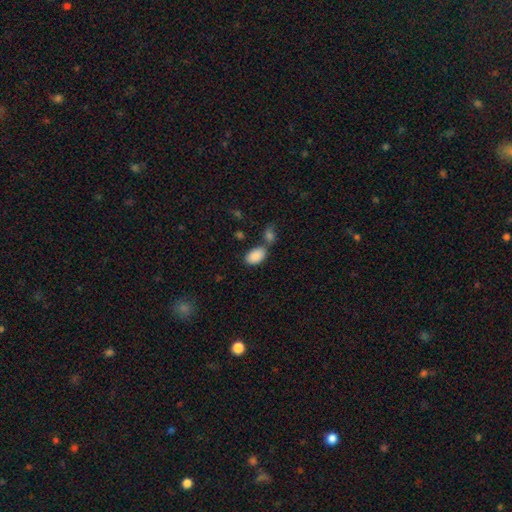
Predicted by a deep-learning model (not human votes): Smooth or featured: smooth — 88% (star or artifact — 7%)
How rounded: in between — 93% (round — 5%)
Merging: none — 58% (merger — 25%)